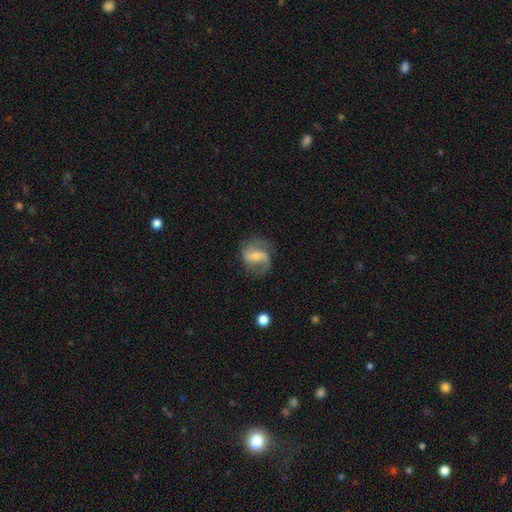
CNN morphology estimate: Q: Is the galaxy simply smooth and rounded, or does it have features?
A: featured or disk — 75%.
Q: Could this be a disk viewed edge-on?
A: no — 97%.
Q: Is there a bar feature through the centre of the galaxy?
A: weak — 46%.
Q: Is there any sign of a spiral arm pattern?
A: yes — 92%.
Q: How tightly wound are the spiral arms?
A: medium — 48%.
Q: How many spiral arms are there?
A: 2 — 74%.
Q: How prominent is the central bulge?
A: small — 48%.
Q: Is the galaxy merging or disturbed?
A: none — 63%.